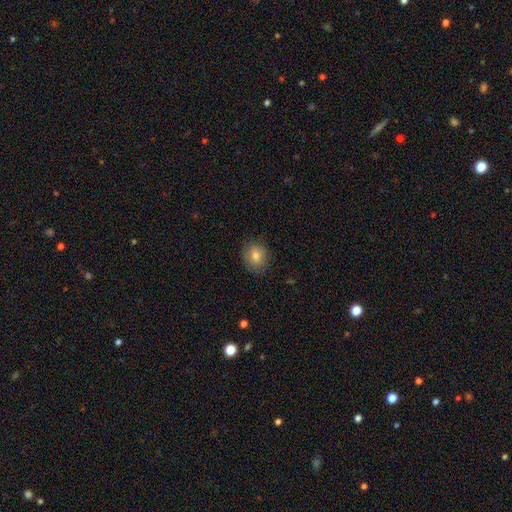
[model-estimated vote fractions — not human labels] The model was most divided on "how rounded": round: 67%, in between: 32%, cigar-shaped: 1%. More confident: merging — none (85%); smooth or featured — smooth (77%).